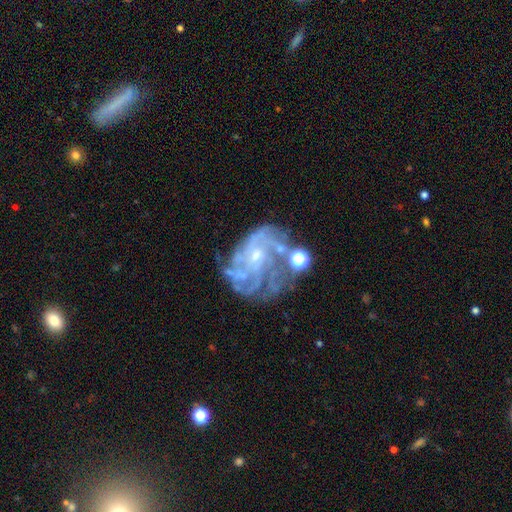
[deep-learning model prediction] Q: Smooth or featured?
A: featured or disk (83%); runner-up: star or artifact (10%)
Q: Edge-on disk?
A: no (98%); runner-up: yes (2%)
Q: Bar?
A: no (74%); runner-up: weak (22%)
Q: Spiral arms?
A: yes (92%); runner-up: no (8%)
Q: Spiral winding?
A: tight (54%); runner-up: medium (34%)
Q: Spiral arm count?
A: can't tell (28%); tied with: 4 (28%)
Q: Bulge size?
A: small (72%); runner-up: moderate (21%)
Q: Merging?
A: none (51%); runner-up: minor disturbance (21%)